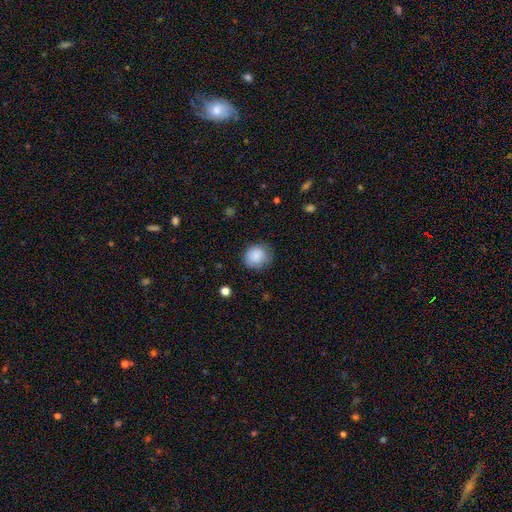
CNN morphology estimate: Overall: smooth (86%). How rounded: round (74%). Merging: none (72%).